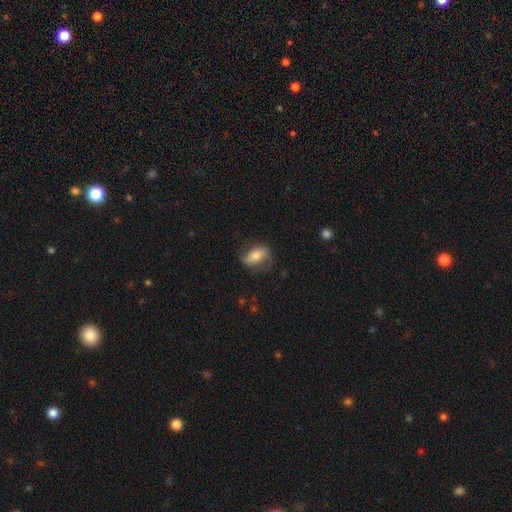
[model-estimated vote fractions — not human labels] This is likely a smooth galaxy (66%). How rounded: clearly in between (82%). Merging: likely none (67%).